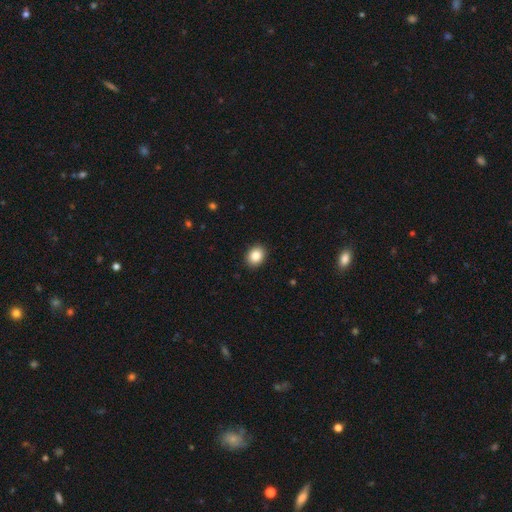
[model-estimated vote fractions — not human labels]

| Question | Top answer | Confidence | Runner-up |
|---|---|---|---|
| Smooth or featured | smooth | 87% | star or artifact (9%) |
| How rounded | in between | 50% | round (49%) |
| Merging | none | 91% | minor disturbance (6%) |